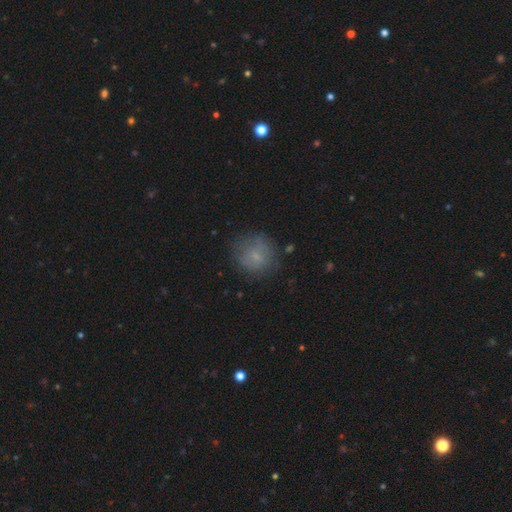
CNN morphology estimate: smooth-or-featured: smooth: 67% | featured or disk: 21% | star or artifact: 11%
  how-rounded: round: 83% | in between: 16% | cigar-shaped: 1%
  merging: none: 71% | minor disturbance: 19% | major disturbance: 9% | merger: 2%